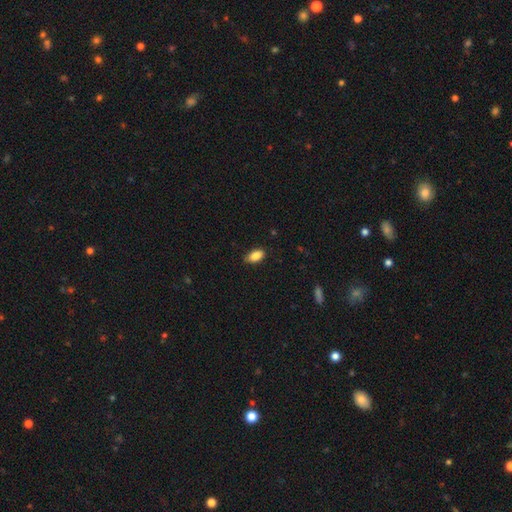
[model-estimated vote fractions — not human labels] smooth 87%, star or artifact 7%, featured or disk 6%. Down the decision tree: how rounded — in between (91%); merging — none (81%).